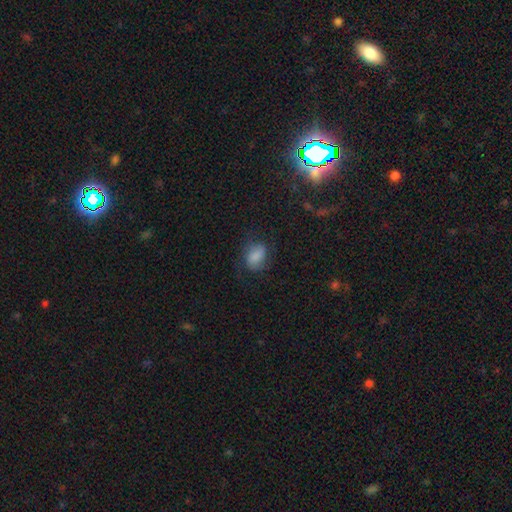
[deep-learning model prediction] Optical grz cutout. It shows a smooth galaxy with no disk features (73%) that is in between round and cigar-shaped (75%). Merging: none (61%).